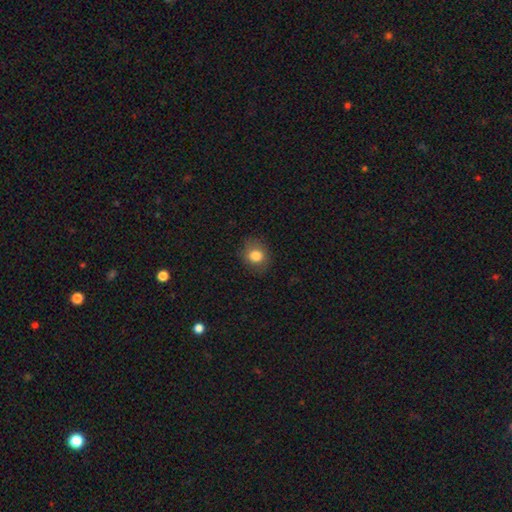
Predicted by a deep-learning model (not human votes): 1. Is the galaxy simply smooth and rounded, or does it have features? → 83% smooth, 10% star or artifact, 8% featured or disk.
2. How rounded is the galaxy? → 74% round, 25% in between, 1% cigar-shaped.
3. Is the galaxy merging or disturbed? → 82% none, 13% minor disturbance, 4% major disturbance, 1% merger.